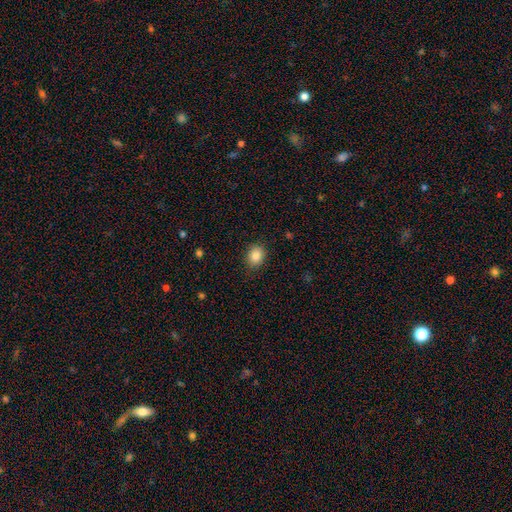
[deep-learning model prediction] Q: Smooth or featured?
A: smooth (85%); runner-up: star or artifact (9%)
Q: How rounded?
A: round (59%); runner-up: in between (40%)
Q: Merging?
A: none (86%); runner-up: minor disturbance (10%)